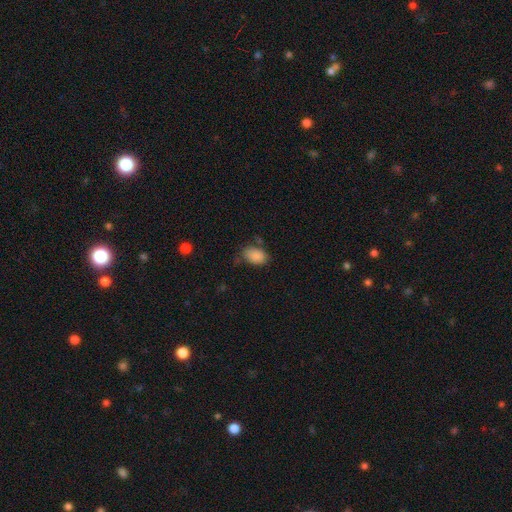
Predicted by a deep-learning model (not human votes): Smooth or featured?
  - smooth: 87% *
  - star or artifact: 9%
  - featured or disk: 4%
How rounded?
  - in between: 87% *
  - round: 12%
  - cigar-shaped: 1%
Merging?
  - none: 65% *
  - minor disturbance: 24%
  - major disturbance: 6%
  - merger: 4%